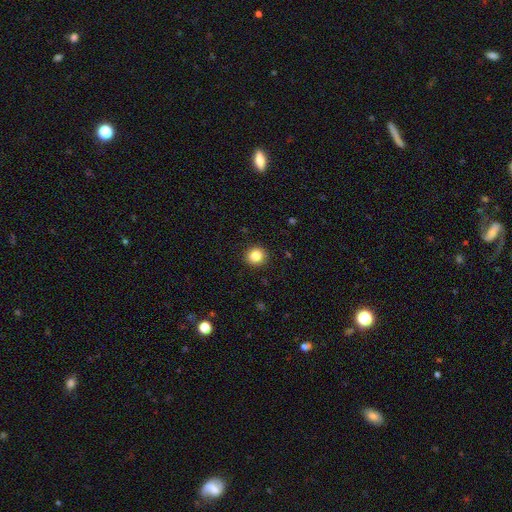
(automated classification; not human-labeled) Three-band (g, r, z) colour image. It shows a smooth galaxy with no disk features (85%) that is round (91%). Merging: none (91%).